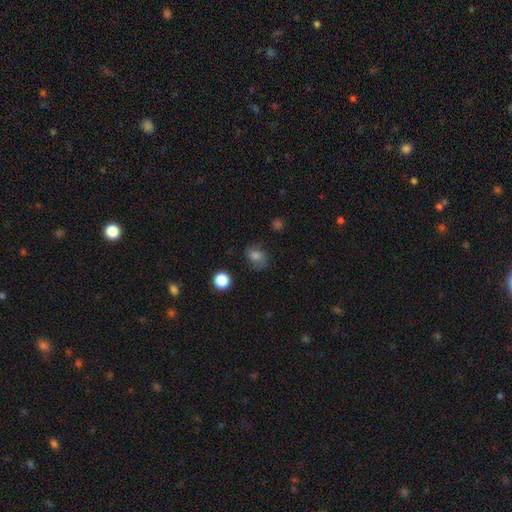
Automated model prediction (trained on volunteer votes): smooth-or-featured: smooth: 68% | featured or disk: 18% | star or artifact: 14%
  how-rounded: round: 52% | in between: 47% | cigar-shaped: 1%
  merging: none: 67% | minor disturbance: 22% | major disturbance: 9% | merger: 2%